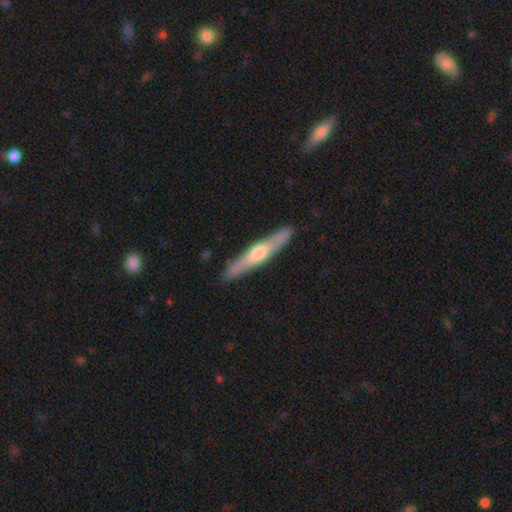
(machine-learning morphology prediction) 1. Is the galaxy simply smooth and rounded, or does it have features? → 63% featured or disk, 32% smooth, 5% star or artifact.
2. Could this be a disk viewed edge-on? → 93% yes, 7% no.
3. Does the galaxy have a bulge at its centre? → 86% rounded, 7% none, 7% boxy.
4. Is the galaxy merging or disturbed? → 90% none, 7% minor disturbance, 2% major disturbance, 1% merger.